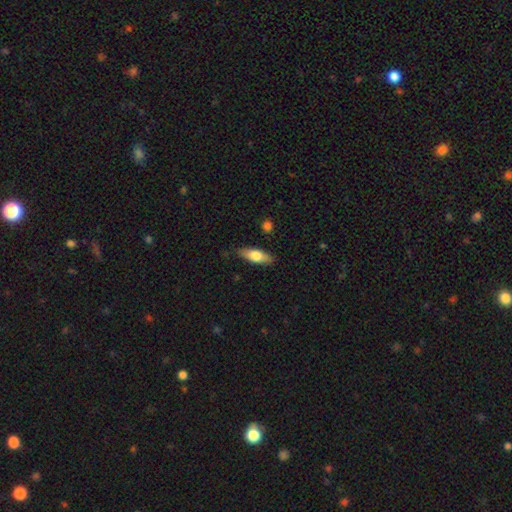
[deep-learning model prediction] The model was most divided on "how rounded": in between: 68%, cigar-shaped: 29%, round: 3%. More confident: merging — none (83%); smooth or featured — smooth (71%).